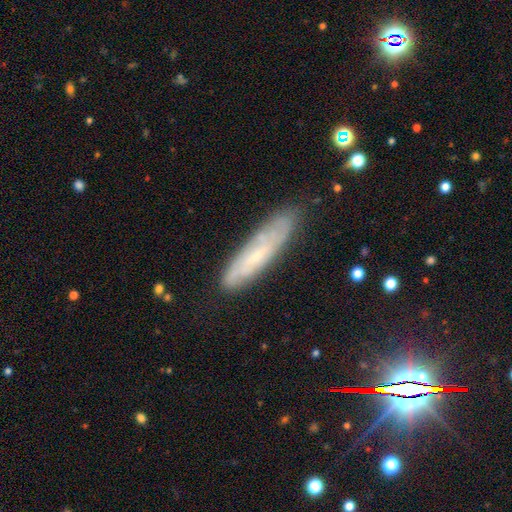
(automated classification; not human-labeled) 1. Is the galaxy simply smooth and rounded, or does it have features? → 56% featured or disk, 36% smooth, 8% star or artifact.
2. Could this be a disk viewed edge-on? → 61% no, 39% yes.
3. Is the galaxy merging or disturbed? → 77% none, 17% minor disturbance, 4% major disturbance, 2% merger.